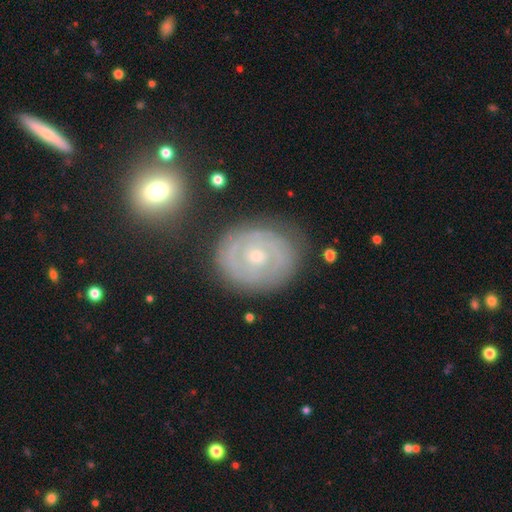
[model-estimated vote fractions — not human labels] Smooth or featured? featured or disk (79%)
Edge-on disk? no (97%)
Bar? no (78%)
Spiral arms? yes (82%)
Spiral winding? tight (79%)
Spiral arm count? 2 (45%)
Bulge size? small (53%)
Merging? none (80%)